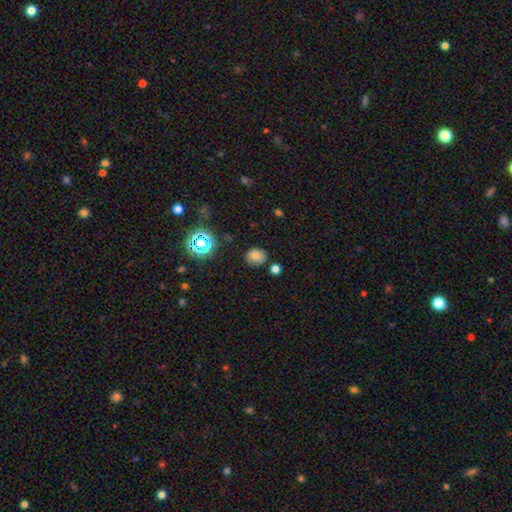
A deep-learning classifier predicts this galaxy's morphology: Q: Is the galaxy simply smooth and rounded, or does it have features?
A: smooth — 74%.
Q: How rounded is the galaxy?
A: round — 64%.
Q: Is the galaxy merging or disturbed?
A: none — 77%.